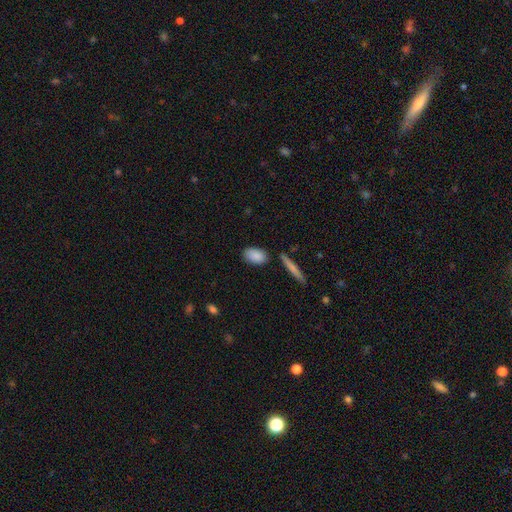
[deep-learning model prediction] Morphology: type=smooth (87%); roundness=in between (89%); merging=none (77%).